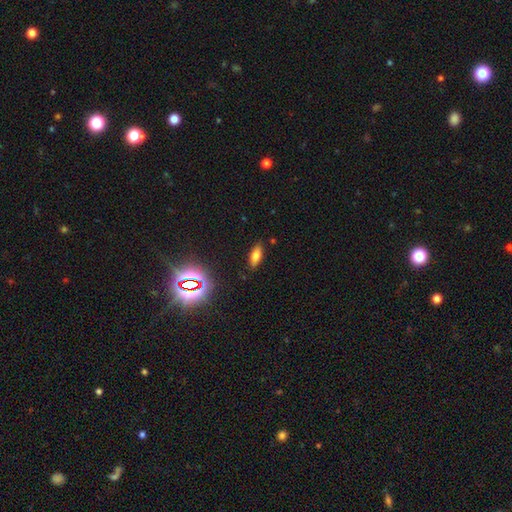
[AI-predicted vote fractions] Smooth or featured: smooth — 71% (star or artifact — 16%)
How rounded: in between — 76% (cigar-shaped — 21%)
Merging: none — 86% (minor disturbance — 10%)